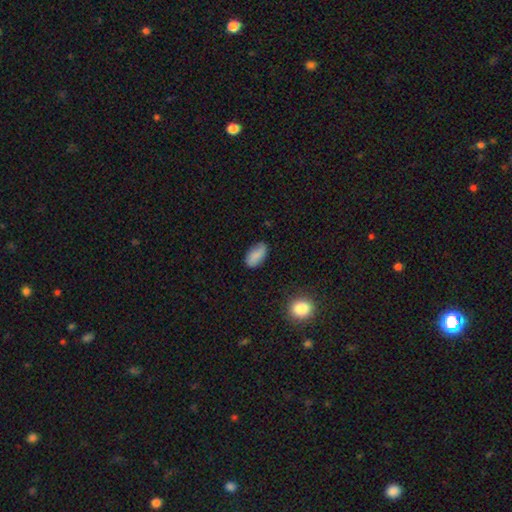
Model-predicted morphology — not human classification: A smooth galaxy with no disk features (83%) that is in between round and cigar-shaped (91%). Merging: none (75%).